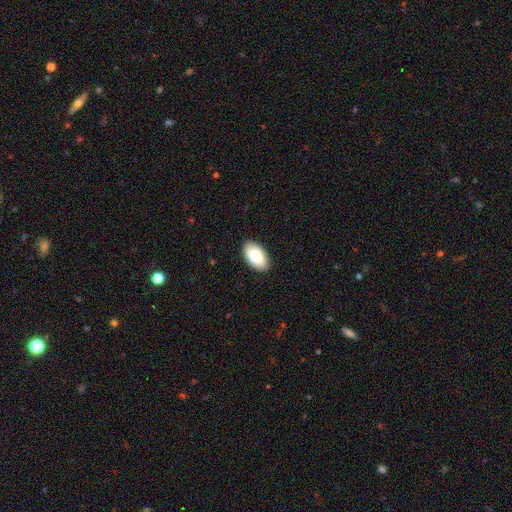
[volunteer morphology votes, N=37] Smooth or featured: smooth — 78% (featured or disk — 19%)
How rounded: in between — 97% (round — 3%)
Merging: none — 86% (minor disturbance — 14%)